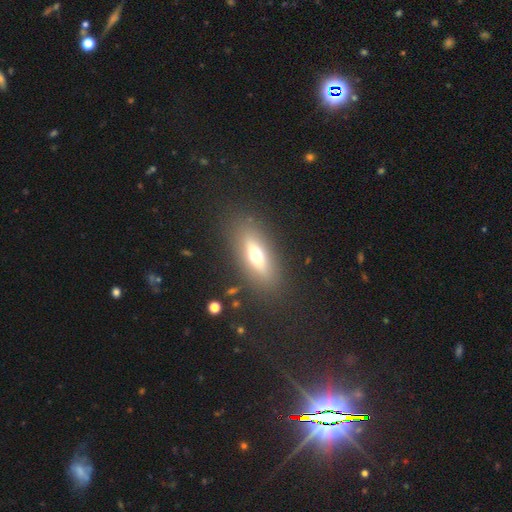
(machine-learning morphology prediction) smooth_or_featured: smooth (p=0.53) [alt: featured or disk p=0.36]
how_rounded: in between (p=0.64) [alt: cigar-shaped p=0.30]
merging: none (p=0.84) [alt: minor disturbance p=0.09]